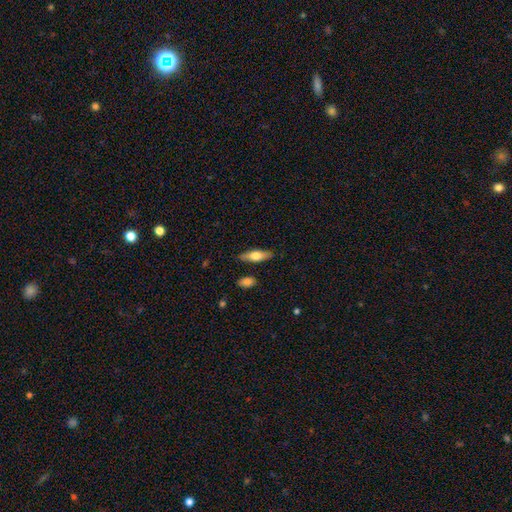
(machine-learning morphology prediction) Q: Smooth or featured?
A: smooth (65%); runner-up: featured or disk (29%)
Q: How rounded?
A: in between (52%); runner-up: cigar-shaped (46%)
Q: Merging?
A: none (84%); runner-up: minor disturbance (11%)